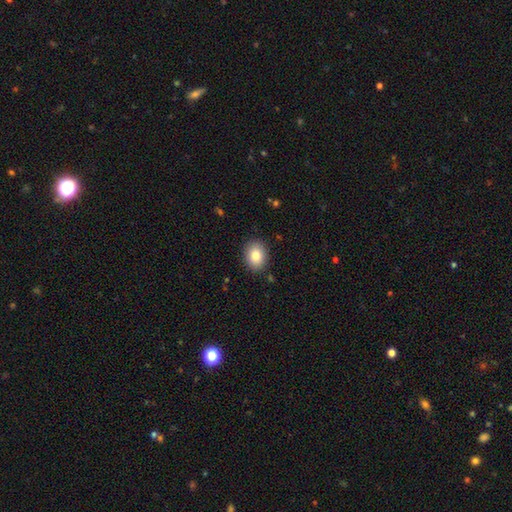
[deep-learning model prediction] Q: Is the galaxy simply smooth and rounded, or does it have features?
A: smooth — 84%.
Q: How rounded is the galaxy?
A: in between — 67%.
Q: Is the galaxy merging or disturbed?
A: none — 88%.